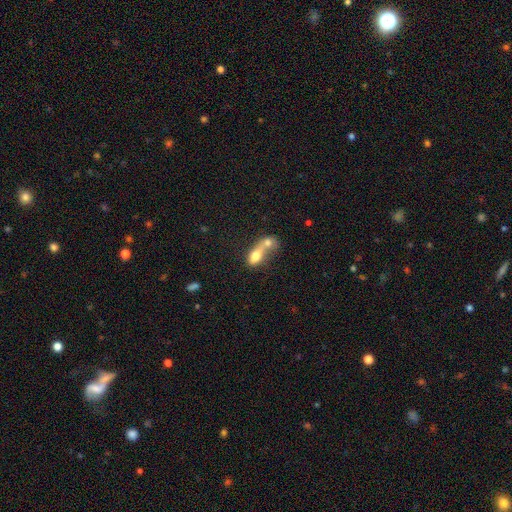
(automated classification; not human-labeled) Overall: smooth (69%). How rounded: in between (70%). Merging: merger (77%).